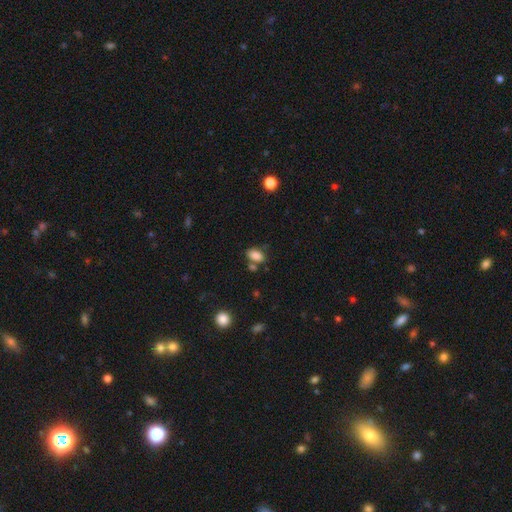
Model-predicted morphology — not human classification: Q: Smooth or featured?
A: smooth (85%); runner-up: star or artifact (10%)
Q: How rounded?
A: in between (87%); runner-up: round (11%)
Q: Merging?
A: none (64%); runner-up: merger (17%)